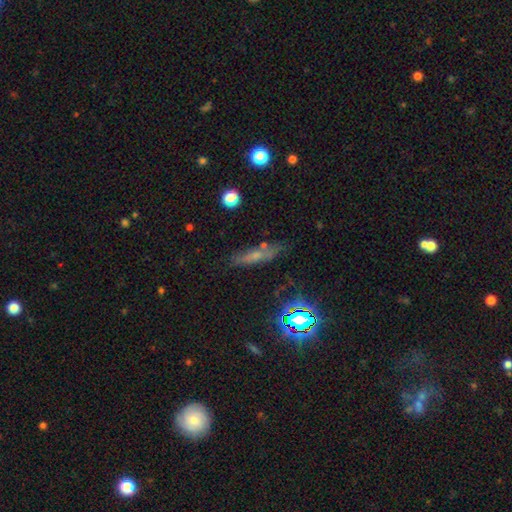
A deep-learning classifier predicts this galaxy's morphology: Smooth or featured?
  - smooth: 52% *
  - featured or disk: 28%
  - star or artifact: 20%
How rounded?
  - cigar-shaped: 72% *
  - in between: 23%
  - round: 6%
Merging?
  - none: 73% *
  - minor disturbance: 17%
  - major disturbance: 5%
  - merger: 5%